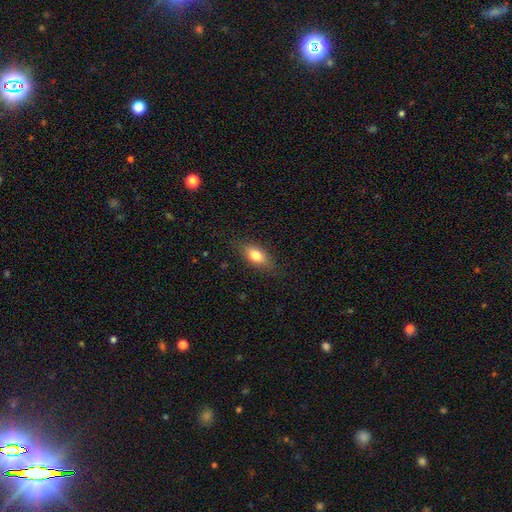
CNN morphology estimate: Smooth or featured: smooth — 76% (featured or disk — 16%)
How rounded: in between — 81% (cigar-shaped — 13%)
Merging: none — 83% (minor disturbance — 13%)